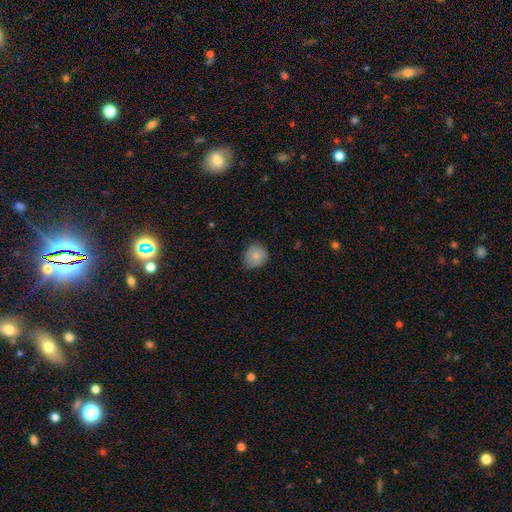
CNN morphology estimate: smooth 82%, featured or disk 10%, star or artifact 8%. Down the decision tree: how rounded — round (81%); merging — none (75%).